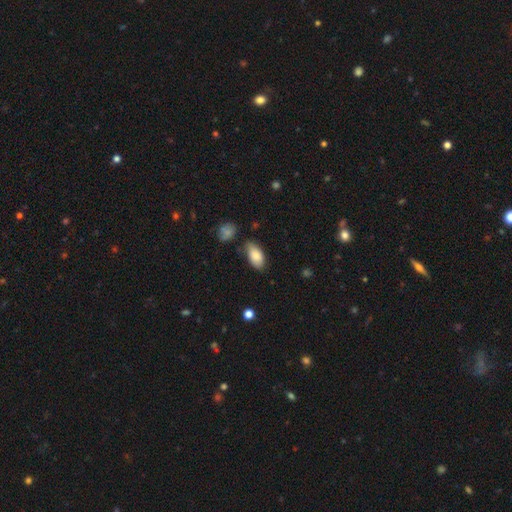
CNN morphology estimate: Smooth or featured?
  - smooth: 84% *
  - featured or disk: 9%
  - star or artifact: 7%
How rounded?
  - in between: 94% *
  - cigar-shaped: 3%
  - round: 3%
Merging?
  - none: 72% *
  - minor disturbance: 20%
  - major disturbance: 4%
  - merger: 4%